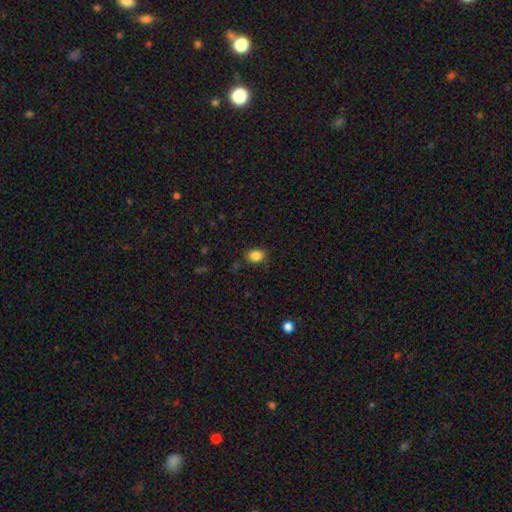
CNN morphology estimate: Smooth or featured: smooth — 85% (star or artifact — 11%)
How rounded: round — 51% (in between — 48%)
Merging: none — 83% (minor disturbance — 12%)